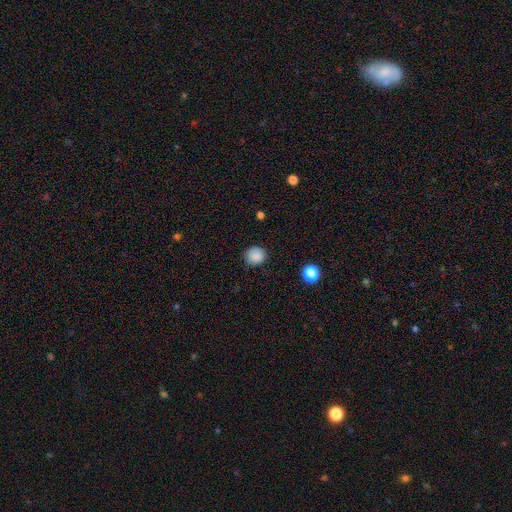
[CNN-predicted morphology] Smooth or featured?
  - smooth: 86% *
  - star or artifact: 10%
  - featured or disk: 4%
How rounded?
  - round: 83% *
  - in between: 16%
  - cigar-shaped: 1%
Merging?
  - none: 84% *
  - minor disturbance: 12%
  - major disturbance: 3%
  - merger: 1%